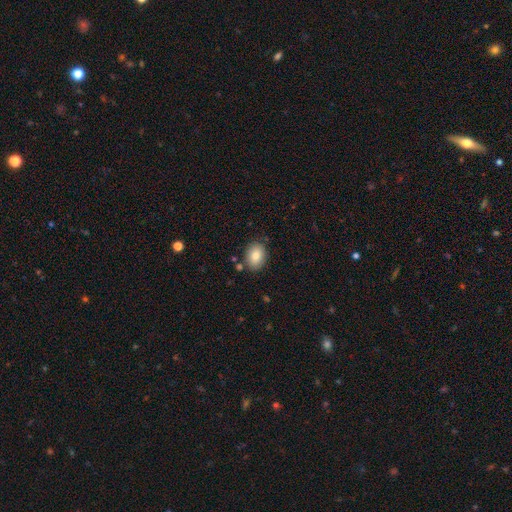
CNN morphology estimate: smooth 82%, featured or disk 10%, star or artifact 8%. Down the decision tree: how rounded — in between (70%); merging — none (83%).